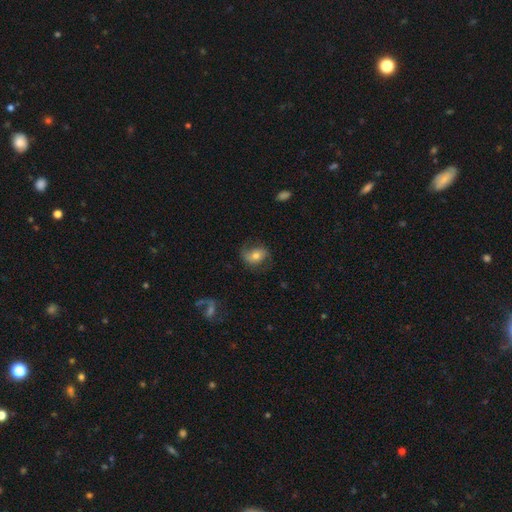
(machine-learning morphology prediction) Q: Smooth or featured?
A: smooth (49%); runner-up: featured or disk (43%)
Q: Merging?
A: none (64%); runner-up: minor disturbance (21%)